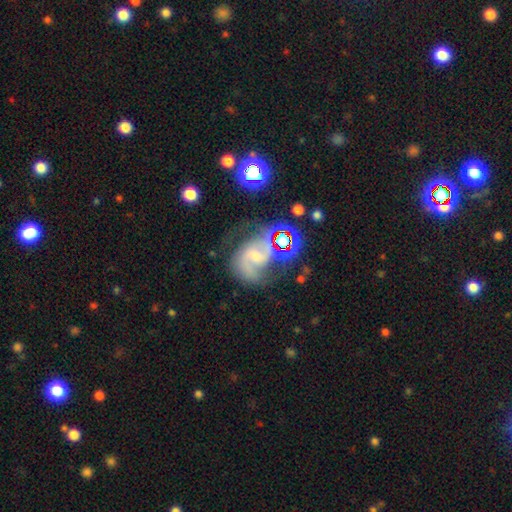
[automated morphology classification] smooth-or-featured: featured or disk: 70% | star or artifact: 16% | smooth: 14%
  disk-edge-on: no: 97% | yes: 3%
    bar: weak: 46% | no: 38% | strong: 17%
    has-spiral-arms: yes: 90% | no: 10%
      spiral-winding: medium: 47% | loose: 37% | tight: 16%
      spiral-arm-count: 2: 74% | can't tell: 10% | 1: 10% | 3: 3% | 4: 2% | more than 4: 1%
    bulge-size: moderate: 45% (tied) | small: 45% (tied) | none: 5% | large: 4% | dominant: 1%
  merging: none: 44% | major disturbance: 24% | minor disturbance: 23% | merger: 10%